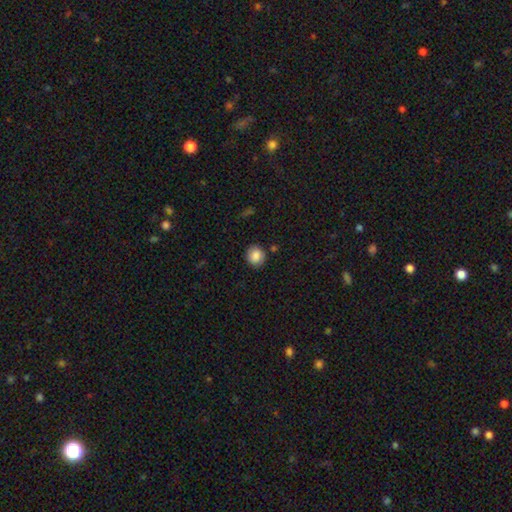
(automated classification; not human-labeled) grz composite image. It shows a smooth galaxy with no disk features (86%) that is round (87%). Merging: none (87%).